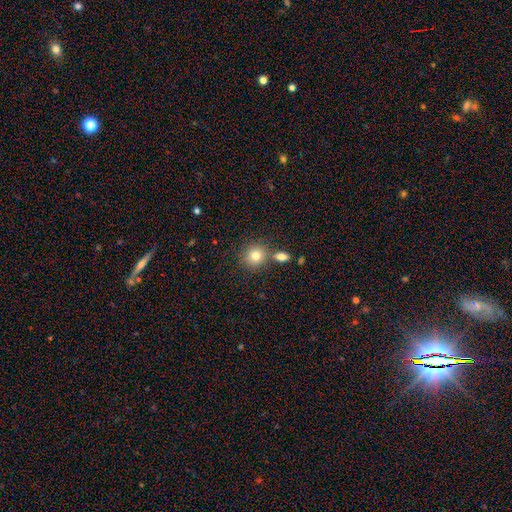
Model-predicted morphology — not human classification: Smooth or featured?
  - smooth: 80% *
  - star or artifact: 11%
  - featured or disk: 9%
How rounded?
  - round: 84% *
  - in between: 15%
  - cigar-shaped: 1%
Merging?
  - none: 68% *
  - merger: 20%
  - minor disturbance: 9%
  - major disturbance: 3%